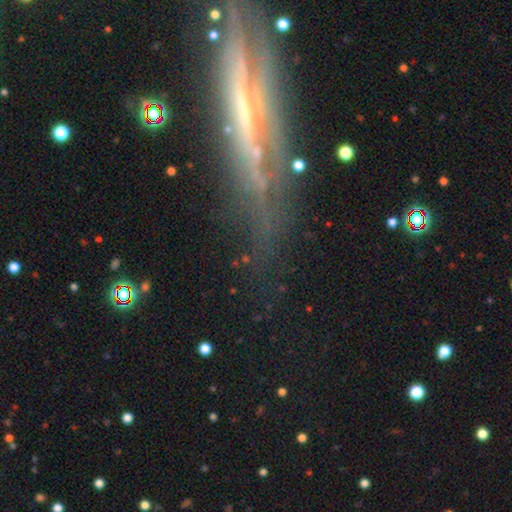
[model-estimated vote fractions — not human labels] Smooth or featured?
  - featured or disk: 66% *
  - smooth: 17%
  - star or artifact: 17%
Edge-on disk?
  - yes: 77% *
  - no: 23%
Edge-on bulge?
  - none: 52% *
  - rounded: 32%
  - boxy: 16%
Merging?
  - none: 66% *
  - minor disturbance: 19%
  - major disturbance: 11%
  - merger: 4%